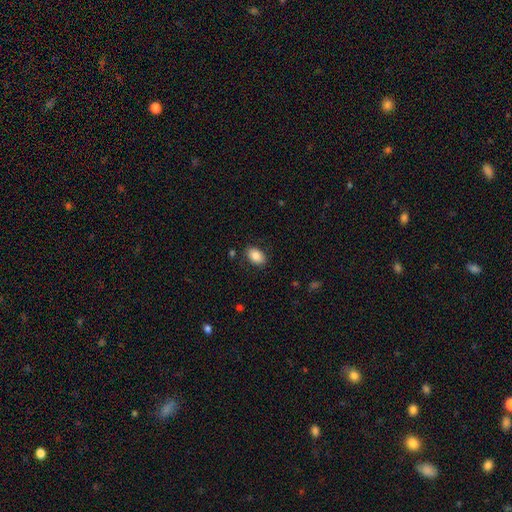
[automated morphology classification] Smooth or featured?
  - smooth: 84% *
  - featured or disk: 8%
  - star or artifact: 8%
How rounded?
  - in between: 86% *
  - round: 13%
  - cigar-shaped: 1%
Merging?
  - none: 85% *
  - minor disturbance: 10%
  - major disturbance: 3%
  - merger: 2%